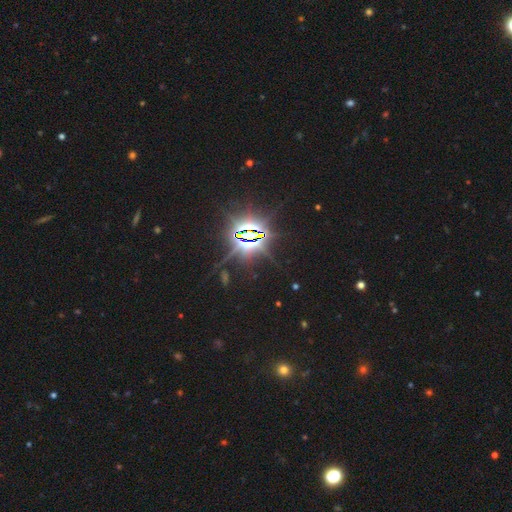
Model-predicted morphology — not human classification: A star or artifact, not a galaxy (86%).

Vote fractions:
- Smooth or featured? star or artifact: 86% / smooth: 9% / featured or disk: 6%